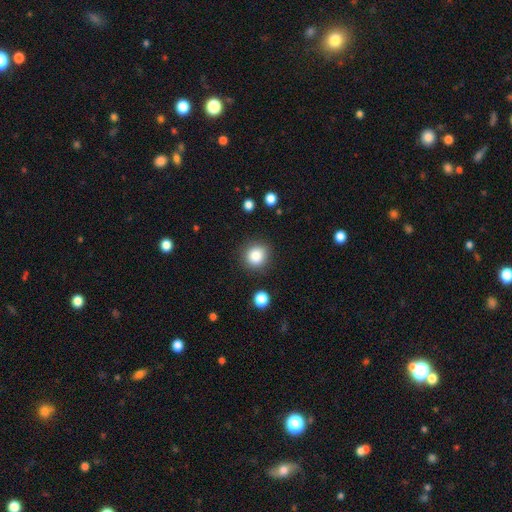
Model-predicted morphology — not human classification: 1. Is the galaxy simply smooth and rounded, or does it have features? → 85% smooth, 10% star or artifact, 5% featured or disk.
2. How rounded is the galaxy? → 88% round, 11% in between, 1% cigar-shaped.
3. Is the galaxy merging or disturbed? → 87% none, 8% minor disturbance, 3% major disturbance, 2% merger.